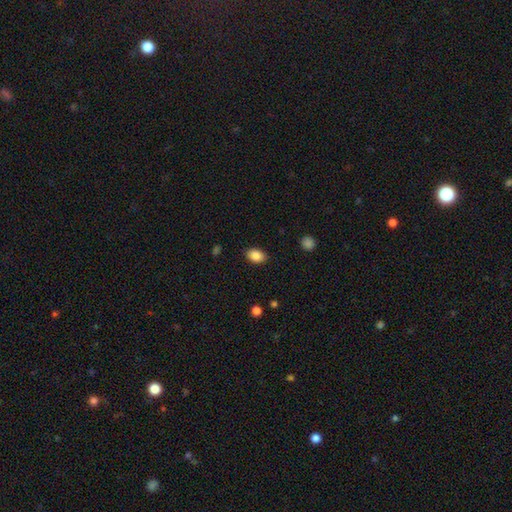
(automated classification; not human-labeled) A smooth galaxy with no disk features (87%) that is in between round and cigar-shaped (81%).

Vote fractions:
- Smooth or featured? smooth: 87% / star or artifact: 8% / featured or disk: 4%
- How rounded? in between: 81% / round: 18% / cigar-shaped: 1%
- Merging? none: 86% / minor disturbance: 10% / major disturbance: 3% / merger: 1%